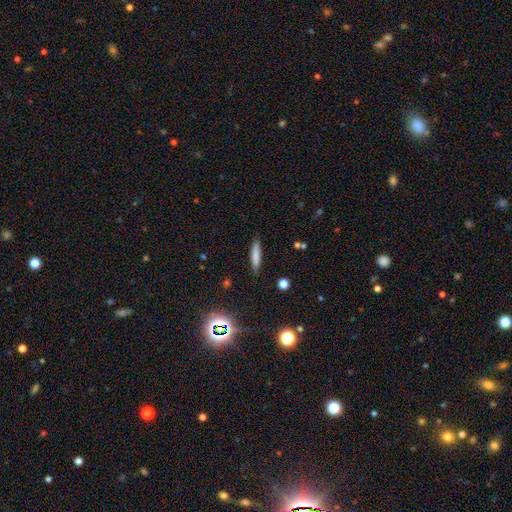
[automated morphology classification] smooth-or-featured: smooth: 75% | featured or disk: 15% | star or artifact: 9%
  how-rounded: cigar-shaped: 84% | in between: 14% | round: 2%
  merging: none: 87% | minor disturbance: 9% | major disturbance: 2% | merger: 1%